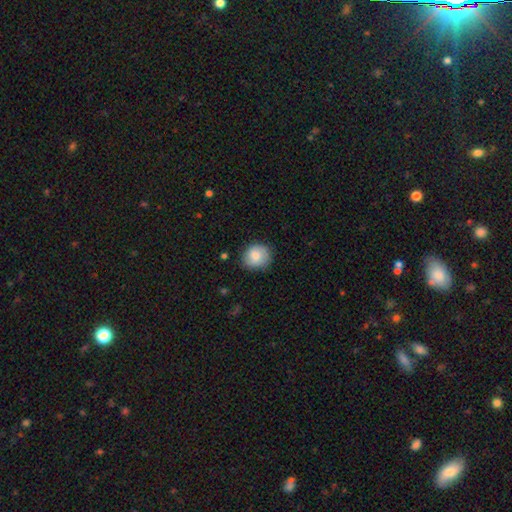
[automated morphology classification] Smooth or featured? smooth (77%)
How rounded? round (80%)
Merging? none (79%)